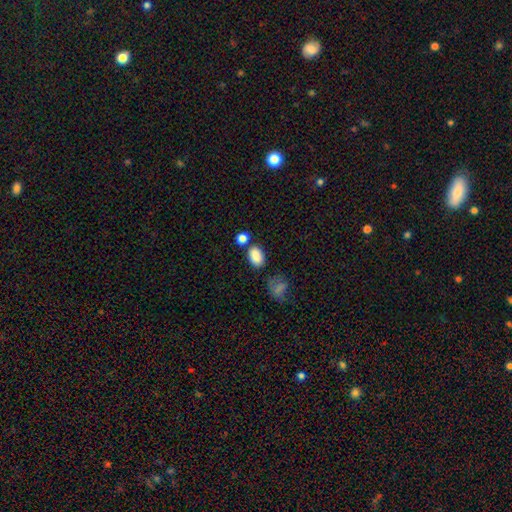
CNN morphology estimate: This is clearly a smooth galaxy (86%). How rounded: clearly in between (82%). Merging: likely none (65%).